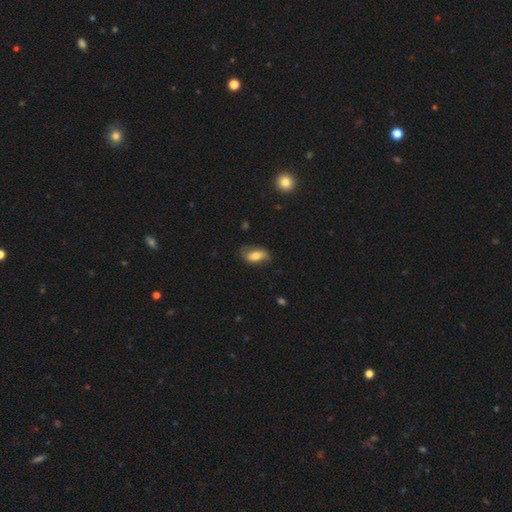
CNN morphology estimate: smooth-or-featured: smooth: 65% | featured or disk: 28% | star or artifact: 7%
  how-rounded: in between: 86% | cigar-shaped: 9% | round: 5%
  merging: none: 65% | minor disturbance: 26% | major disturbance: 8% | merger: 2%